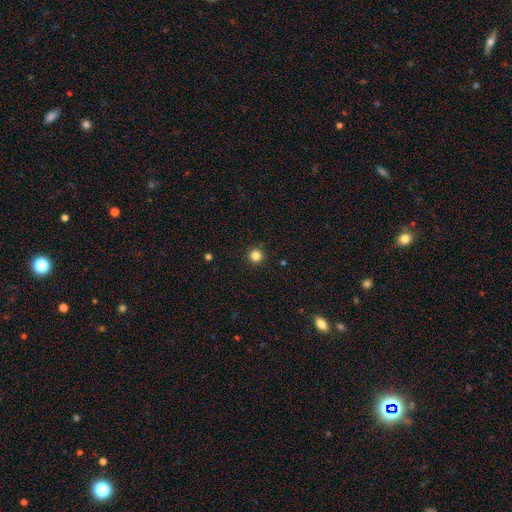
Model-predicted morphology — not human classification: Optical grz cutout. It shows a smooth galaxy with no disk features (83%) that is round (96%). Merging: none (93%).